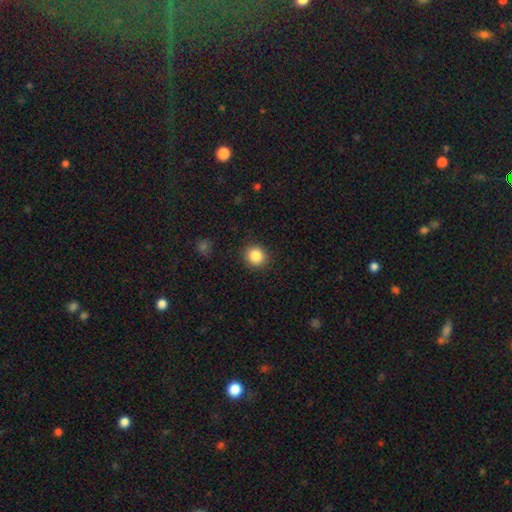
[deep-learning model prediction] This is clearly a smooth galaxy (86%). How rounded: clearly round (88%). Merging: clearly none (90%).